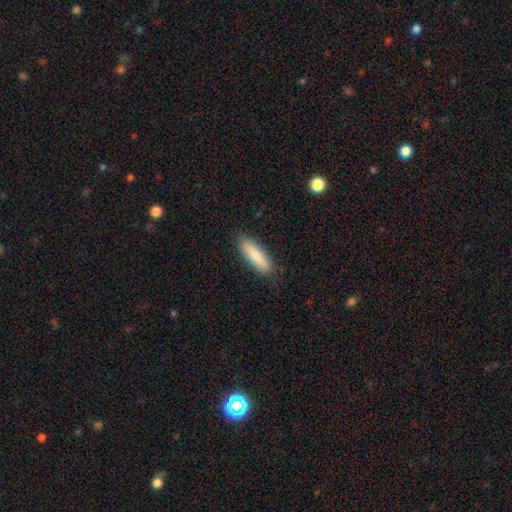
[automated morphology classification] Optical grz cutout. It shows a smooth galaxy with no disk features (85%) that is cigar-shaped (55%). Merging: none (86%).